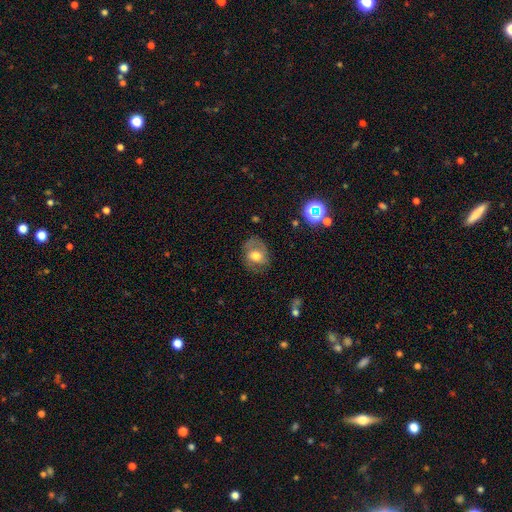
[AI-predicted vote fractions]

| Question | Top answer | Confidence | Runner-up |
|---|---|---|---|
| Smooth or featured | smooth | 55% | featured or disk (35%) |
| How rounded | round | 50% | in between (49%) |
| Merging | none | 70% | minor disturbance (20%) |